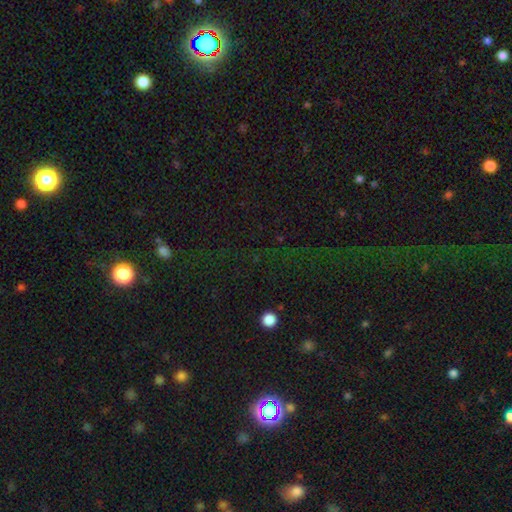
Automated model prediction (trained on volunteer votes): Smooth or featured? star or artifact (71%)